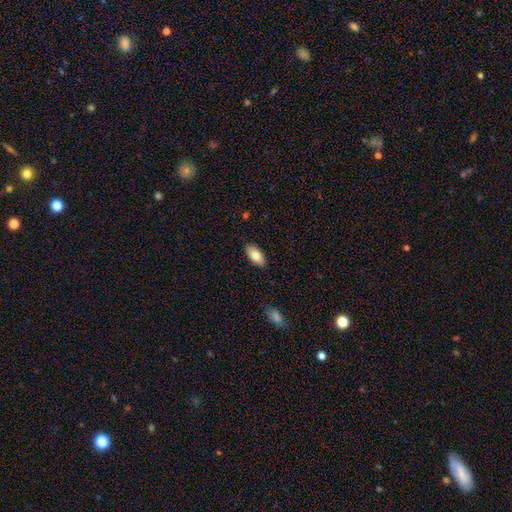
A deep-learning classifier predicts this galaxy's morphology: This appears to be a smooth galaxy with no disk features (80%) that is in between round and cigar-shaped (92%). Merging: none (88%).